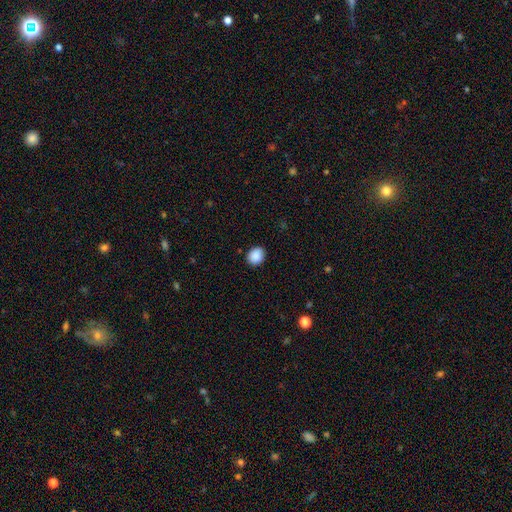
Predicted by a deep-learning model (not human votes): Smooth or featured? Predicted: smooth (p=0.89). How rounded? Predicted: round (p=0.64). Merging? Predicted: none (p=0.86).